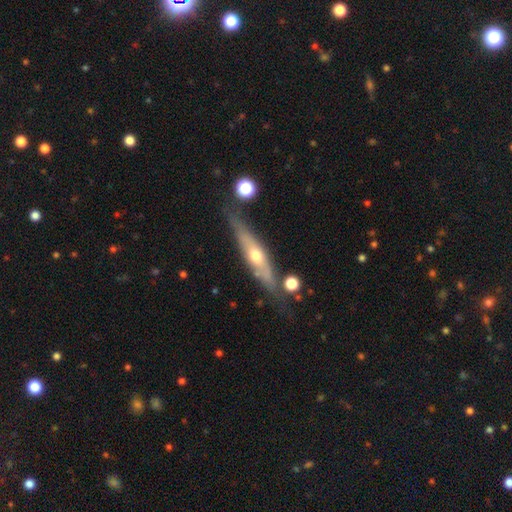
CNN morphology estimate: A featured or disk galaxy (62%) viewed edge-on (79%).

Vote fractions:
- Smooth or featured? featured or disk: 62% / smooth: 32% / star or artifact: 6%
- Edge-on disk? yes: 79% / no: 21%
- Merging? none: 71% / minor disturbance: 18% / merger: 6% / major disturbance: 5%